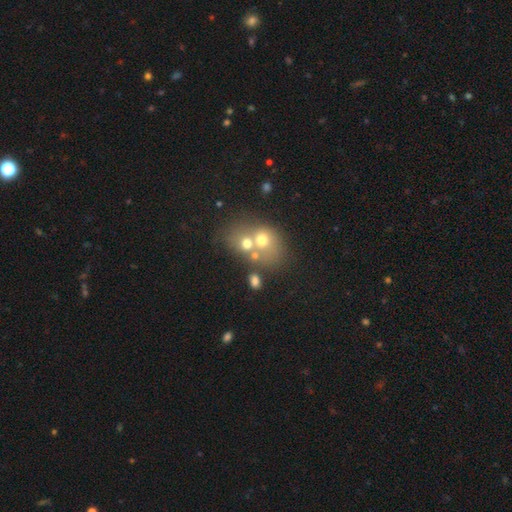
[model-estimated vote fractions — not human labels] A smooth galaxy with no disk features (51%) that is round (56%). Merging: merger (59%).